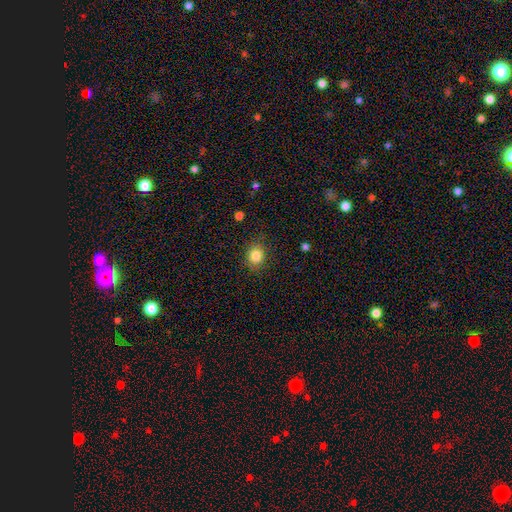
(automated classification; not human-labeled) The model was most divided on "how rounded": round: 65%, in between: 34%, cigar-shaped: 1%. More confident: merging — none (84%); smooth or featured — smooth (83%).